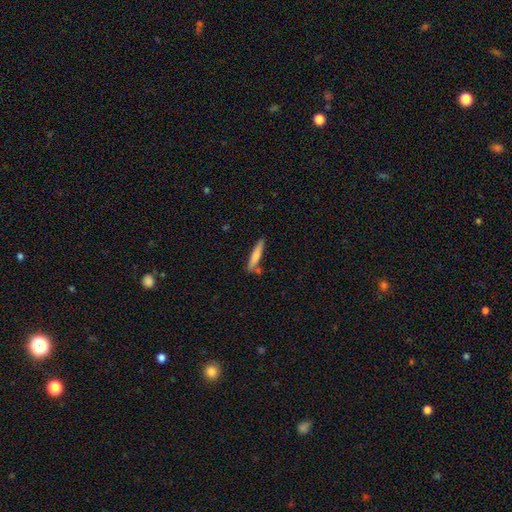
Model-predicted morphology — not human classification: Q: Smooth or featured?
A: smooth (68%); runner-up: featured or disk (26%)
Q: How rounded?
A: cigar-shaped (90%); runner-up: in between (9%)
Q: Merging?
A: none (76%); runner-up: minor disturbance (14%)